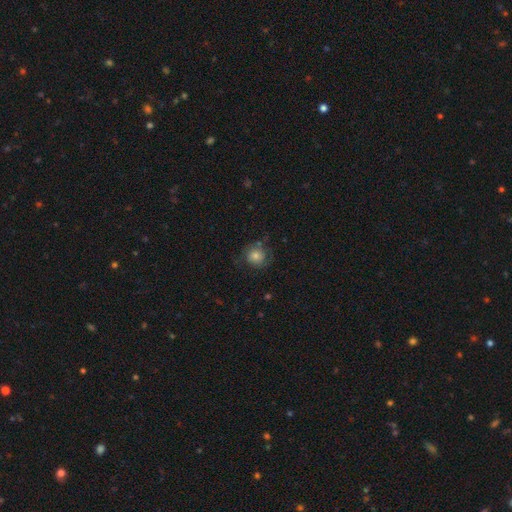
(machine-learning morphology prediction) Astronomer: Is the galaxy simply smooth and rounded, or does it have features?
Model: smooth — 62%.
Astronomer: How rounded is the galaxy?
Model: round — 86%.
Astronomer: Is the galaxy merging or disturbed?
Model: none — 66%.